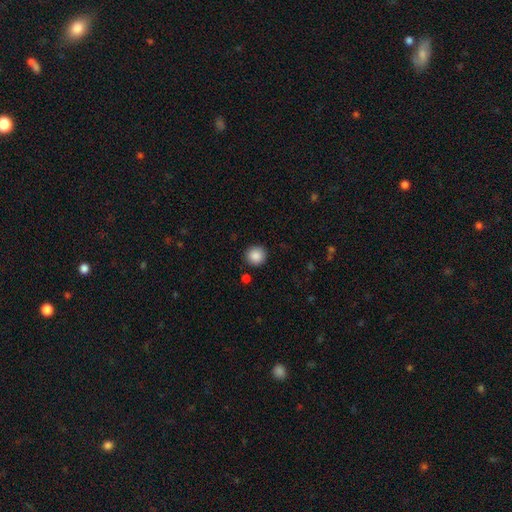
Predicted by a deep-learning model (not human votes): A smooth galaxy with no disk features (88%) that is round (92%).

Vote fractions:
- Smooth or featured? smooth: 88% / star or artifact: 9% / featured or disk: 3%
- How rounded? round: 92% / in between: 7% / cigar-shaped: 1%
- Merging? none: 91% / minor disturbance: 6% / major disturbance: 2% / merger: 2%